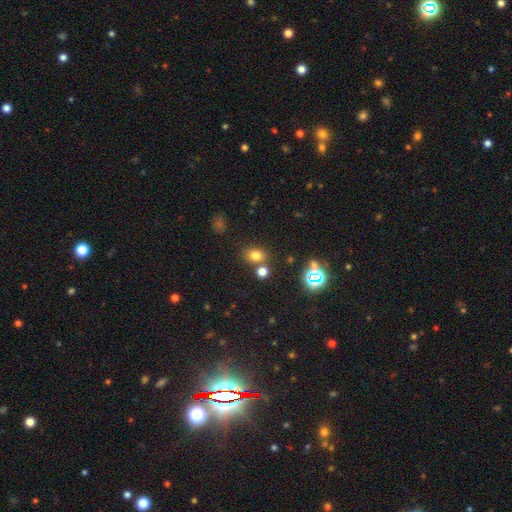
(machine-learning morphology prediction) smooth_or_featured: smooth (p=0.73) [alt: star or artifact p=0.20]
how_rounded: in between (p=0.54) [alt: round p=0.45]
merging: none (p=0.70) [alt: merger p=0.16]